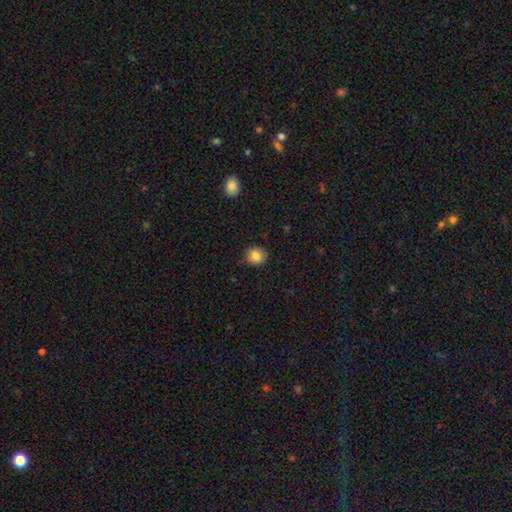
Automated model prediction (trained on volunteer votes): A smooth galaxy with no disk features (85%) that is round (85%). Merging: none (87%).